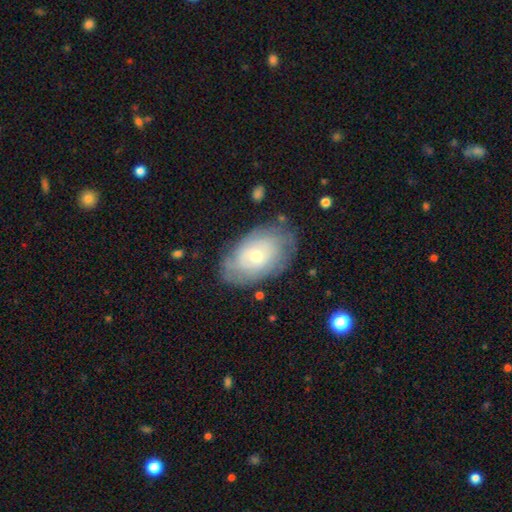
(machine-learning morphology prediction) Smooth or featured? Predicted: featured or disk (p=0.54). Edge-on disk? Predicted: no (p=0.93). Merging? Predicted: none (p=0.74).